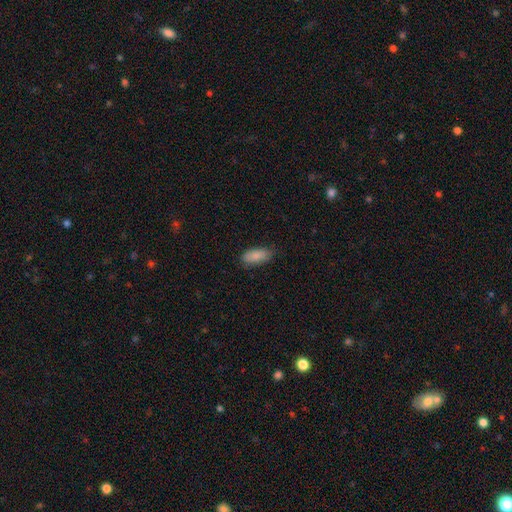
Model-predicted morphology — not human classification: smooth-or-featured: smooth: 87% | featured or disk: 6% | star or artifact: 6%
  how-rounded: in between: 83% | cigar-shaped: 15% | round: 2%
  merging: none: 82% | minor disturbance: 14% | major disturbance: 3% | merger: 1%